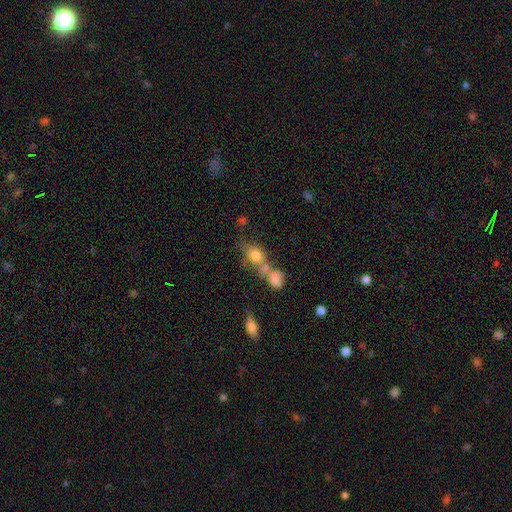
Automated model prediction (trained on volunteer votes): smooth-or-featured: smooth: 73% | featured or disk: 17% | star or artifact: 11%
  how-rounded: in between: 57% | round: 39% | cigar-shaped: 4%
  merging: merger: 47% | none: 31% | minor disturbance: 12% | major disturbance: 9%